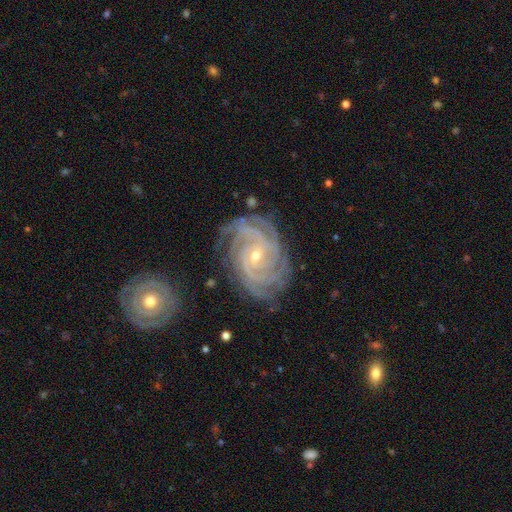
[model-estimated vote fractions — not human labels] A featured or disk galaxy (92%) with no bar (42%), 4 (34%) tight (80%) spiral arms (99%) and a small central bulge (68%). Merging: none (76%).